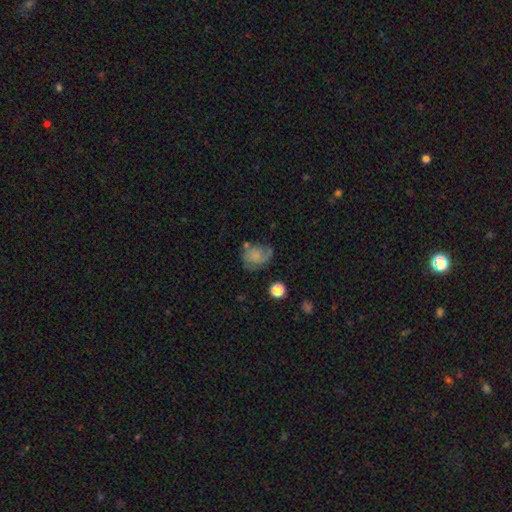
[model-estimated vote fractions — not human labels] smooth 51%, featured or disk 37%, star or artifact 11%. Down the decision tree: how rounded — round (56%); merging — none (47%).